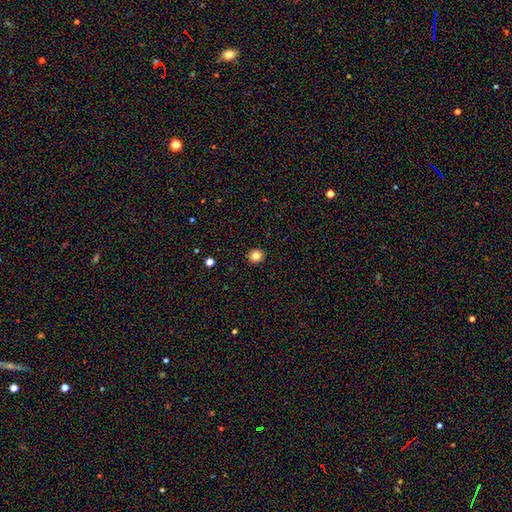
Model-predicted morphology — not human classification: A smooth galaxy with no disk features (82%) that is round (89%).

Vote fractions:
- Smooth or featured? smooth: 82% / star or artifact: 12% / featured or disk: 6%
- How rounded? round: 89% / in between: 10% / cigar-shaped: 1%
- Merging? none: 93% / minor disturbance: 5% / major disturbance: 1% / merger: 1%